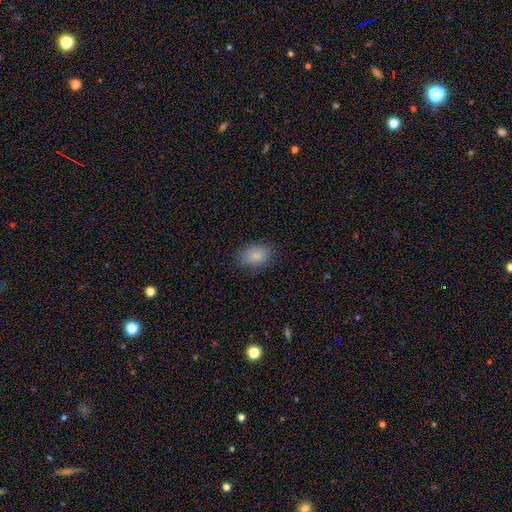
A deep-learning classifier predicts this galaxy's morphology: The model was most divided on "how rounded": in between: 74%, round: 25%, cigar-shaped: 1%. More confident: smooth or featured — smooth (87%); merging — none (83%).